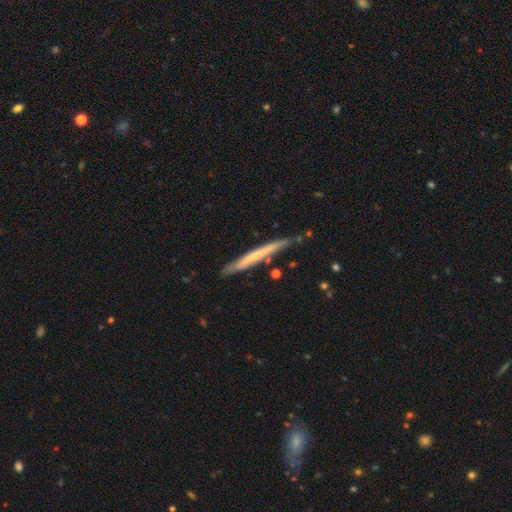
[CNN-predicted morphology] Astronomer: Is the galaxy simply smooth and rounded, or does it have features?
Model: smooth — 48% (runner-up: featured or disk, 46%).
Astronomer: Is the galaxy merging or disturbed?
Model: none — 80%.